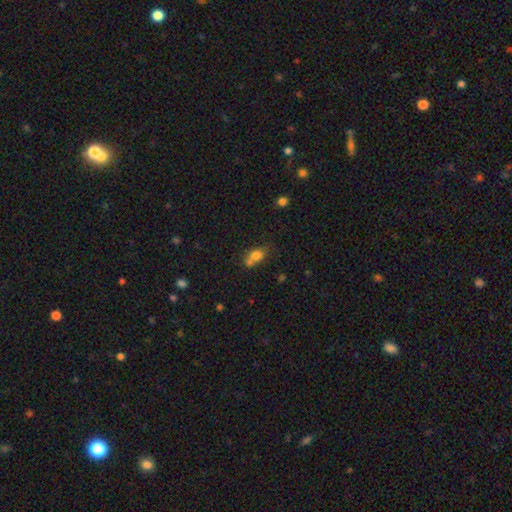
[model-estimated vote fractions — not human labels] Smooth or featured? smooth (75%)
How rounded? in between (57%)
Merging? merger (47%)